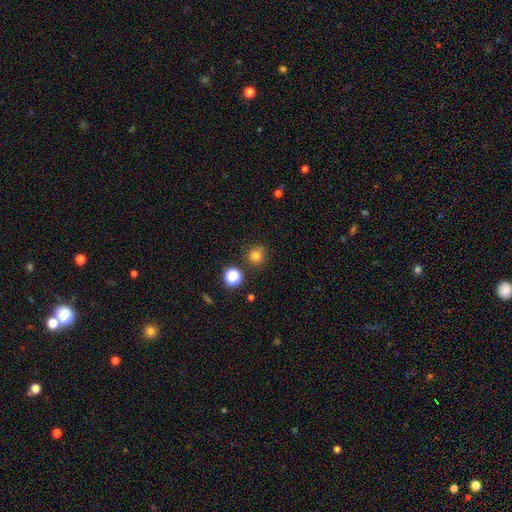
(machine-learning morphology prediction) Smooth or featured: smooth — 78% (star or artifact — 16%)
How rounded: round — 92% (in between — 7%)
Merging: none — 81% (minor disturbance — 11%)